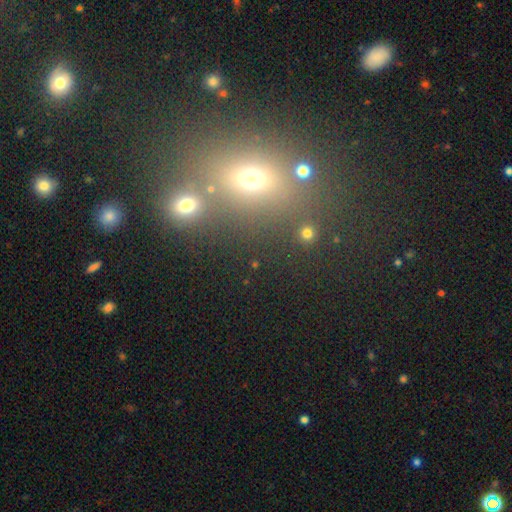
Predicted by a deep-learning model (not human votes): smooth-or-featured: smooth: 47% | star or artifact: 37% | featured or disk: 16%
  merging: none: 66% | merger: 18% | minor disturbance: 10% | major disturbance: 6%